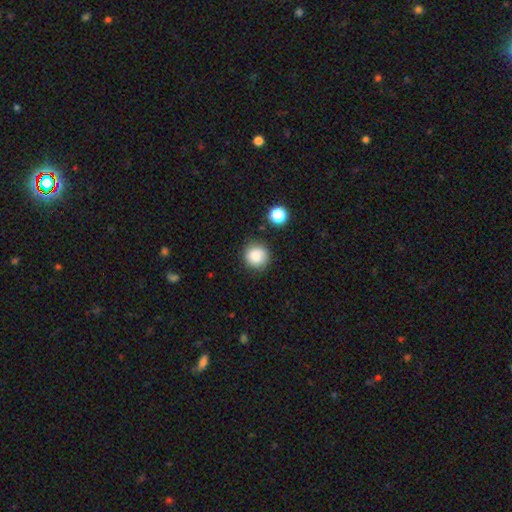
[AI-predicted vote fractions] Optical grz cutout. It shows a smooth galaxy with no disk features (84%) that is round (92%). Merging: none (82%).